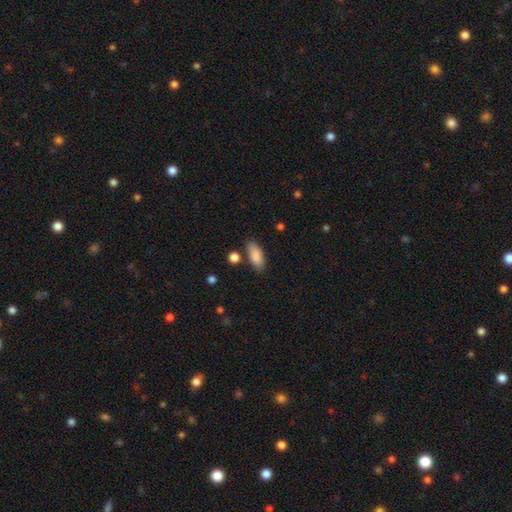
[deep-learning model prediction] Smooth or featured: smooth — 87% (star or artifact — 7%)
How rounded: in between — 83% (cigar-shaped — 15%)
Merging: none — 79% (minor disturbance — 13%)